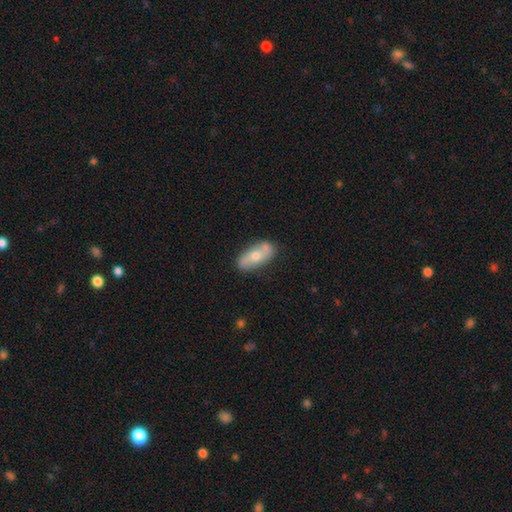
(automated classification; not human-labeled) smooth_or_featured: featured or disk (p=0.49) [alt: smooth p=0.45]
merging: none (p=0.77) [alt: minor disturbance p=0.16]